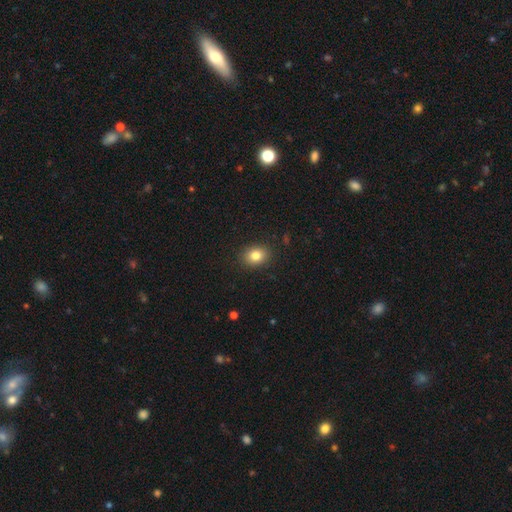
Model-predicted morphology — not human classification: A smooth galaxy with no disk features (82%) that is in between round and cigar-shaped (53%). Merging: none (89%).